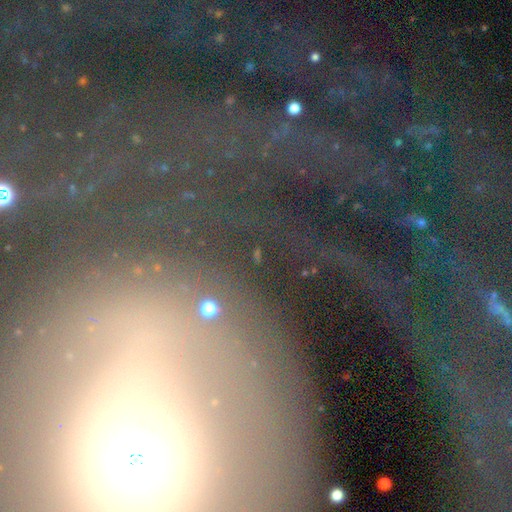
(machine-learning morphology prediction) type=featured or disk (57%); edge-on=no (90%); bar=no (47%); spiral arms=yes (65%); bulge=moderate (50%); merging=none (62%).